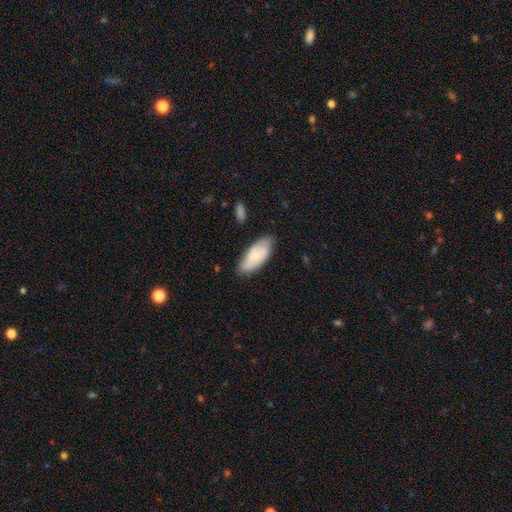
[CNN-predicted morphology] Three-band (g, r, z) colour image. It shows a smooth galaxy with no disk features (63%) that is in between round and cigar-shaped (85%). Merging: none (73%).